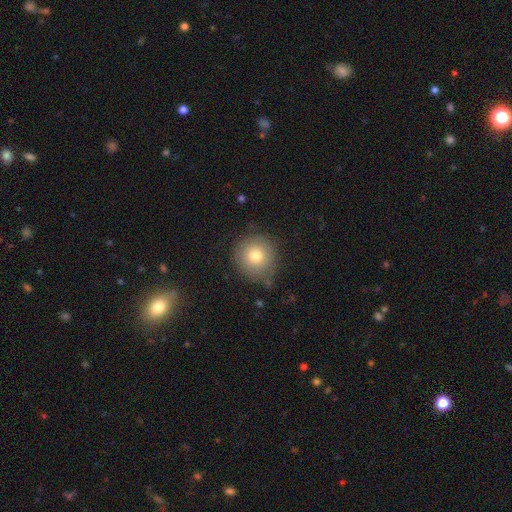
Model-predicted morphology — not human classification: The model was most divided on "merging": none: 79%, minor disturbance: 15%, major disturbance: 4%, merger: 2%. More confident: how rounded — round (93%); smooth or featured — smooth (77%).